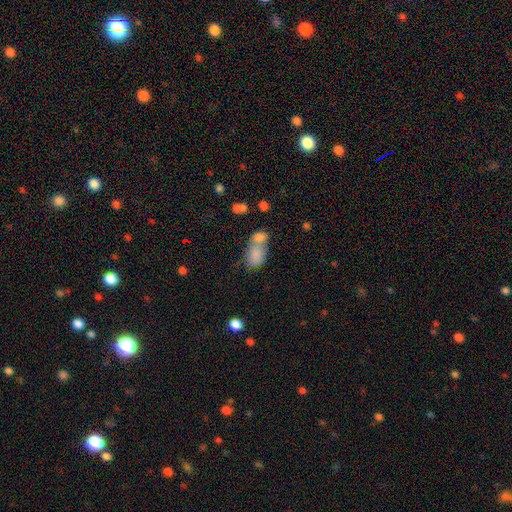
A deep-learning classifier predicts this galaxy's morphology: Smooth or featured? Predicted: smooth (p=0.80). How rounded? Predicted: in between (p=0.83). Merging? Predicted: merger (p=0.61).